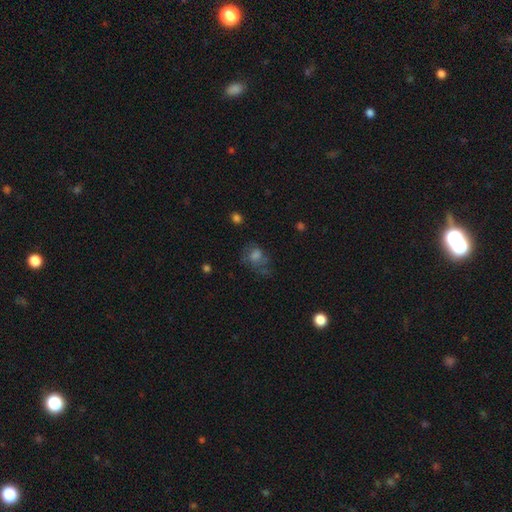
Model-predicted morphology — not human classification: Q: Smooth or featured?
A: smooth (52%); runner-up: featured or disk (29%)
Q: How rounded?
A: in between (56%); runner-up: round (42%)
Q: Merging?
A: none (44%); runner-up: major disturbance (28%)